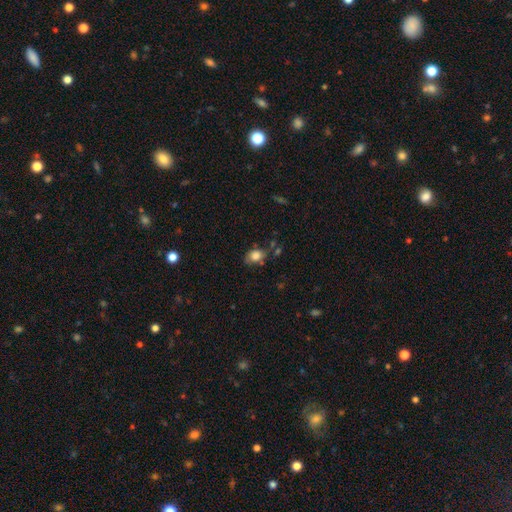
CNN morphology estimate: The model was most divided on "merging": none: 56%, minor disturbance: 27%, major disturbance: 10%, merger: 7%. More confident: smooth or featured — smooth (75%); how rounded — in between (66%).